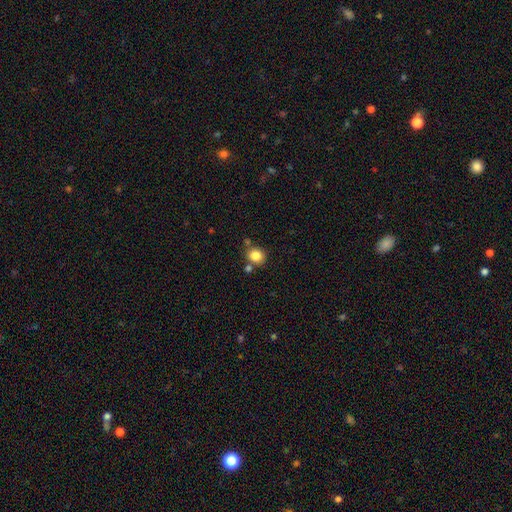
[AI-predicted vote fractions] smooth-or-featured: smooth: 83% | star or artifact: 11% | featured or disk: 6%
  how-rounded: round: 77% | in between: 22% | cigar-shaped: 1%
  merging: none: 73% | merger: 13% | minor disturbance: 11% | major disturbance: 3%